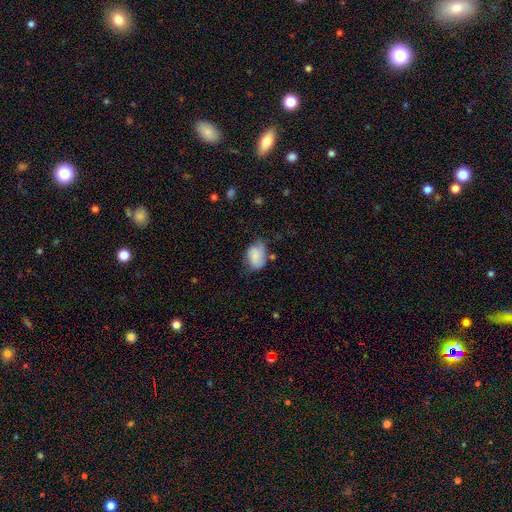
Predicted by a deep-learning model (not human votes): Smooth or featured? smooth (67%)
How rounded? in between (81%)
Merging? none (45%)